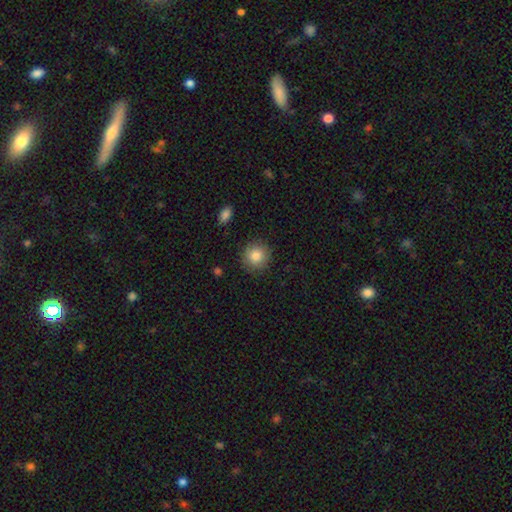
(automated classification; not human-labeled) Q: Smooth or featured?
A: smooth (84%); runner-up: star or artifact (9%)
Q: How rounded?
A: round (91%); runner-up: in between (8%)
Q: Merging?
A: none (87%); runner-up: minor disturbance (9%)